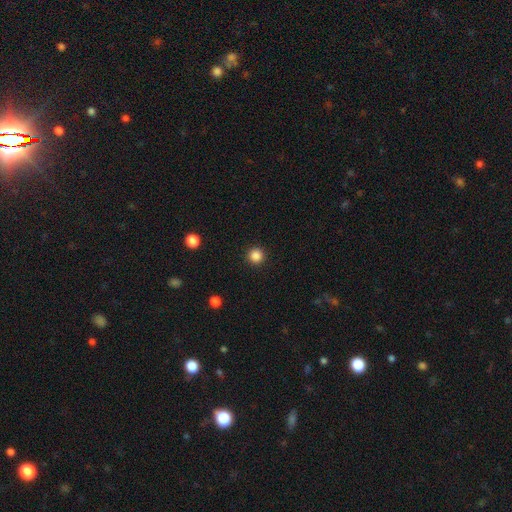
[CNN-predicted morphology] This appears to be a smooth galaxy with no disk features (86%) that is round (96%). Merging: none (93%).